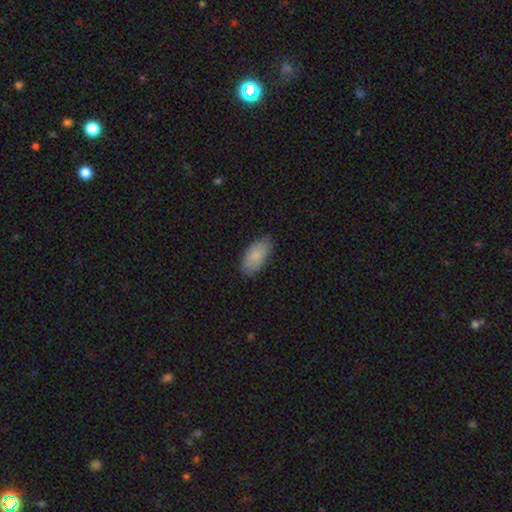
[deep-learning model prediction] A smooth galaxy with no disk features (86%) that is in between round and cigar-shaped (93%). Merging: none (85%).